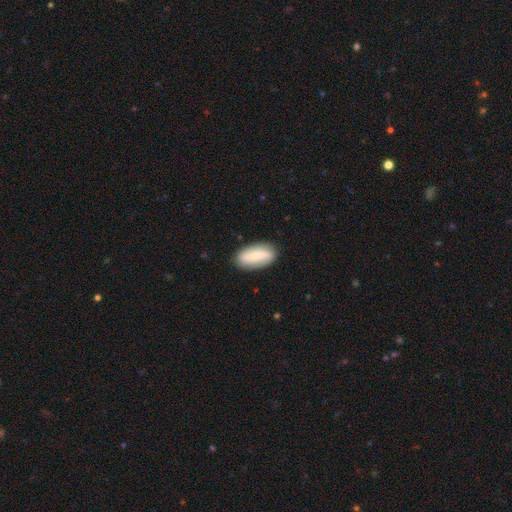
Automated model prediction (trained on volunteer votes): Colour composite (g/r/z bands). It shows a smooth galaxy with no disk features (67%) that is in between round and cigar-shaped (86%). Merging: none (85%).